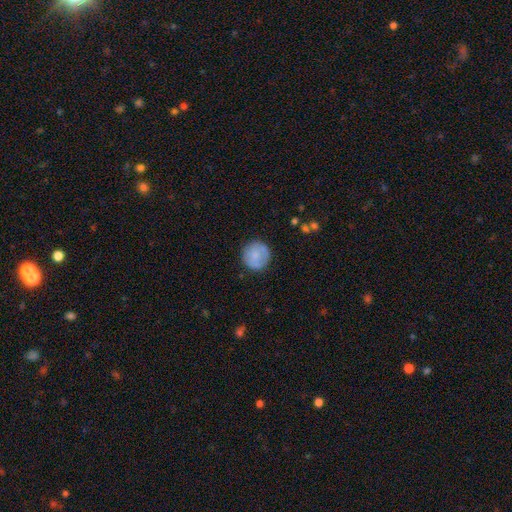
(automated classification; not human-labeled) smooth-or-featured: smooth: 72% | featured or disk: 21% | star or artifact: 7%
  how-rounded: round: 93% | in between: 6% | cigar-shaped: 1%
  merging: none: 83% | minor disturbance: 12% | major disturbance: 3% | merger: 1%